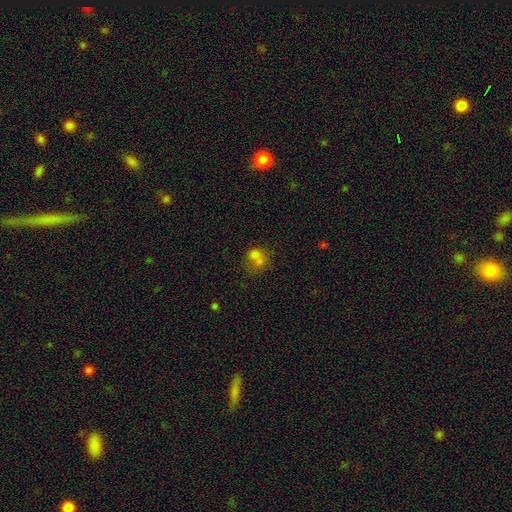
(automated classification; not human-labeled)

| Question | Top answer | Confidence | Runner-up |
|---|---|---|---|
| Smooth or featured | smooth | 69% | featured or disk (17%) |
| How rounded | round | 62% | in between (36%) |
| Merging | merger | 52% | none (26%) |